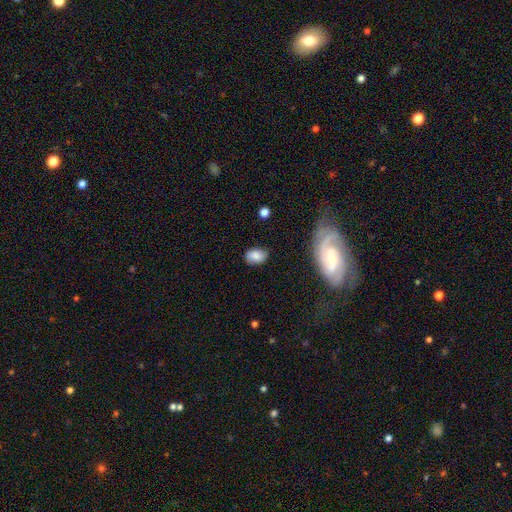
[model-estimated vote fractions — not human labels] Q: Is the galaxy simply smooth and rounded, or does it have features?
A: smooth — 79%.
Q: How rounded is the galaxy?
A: in between — 81%.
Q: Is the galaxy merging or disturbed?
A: none — 78%.